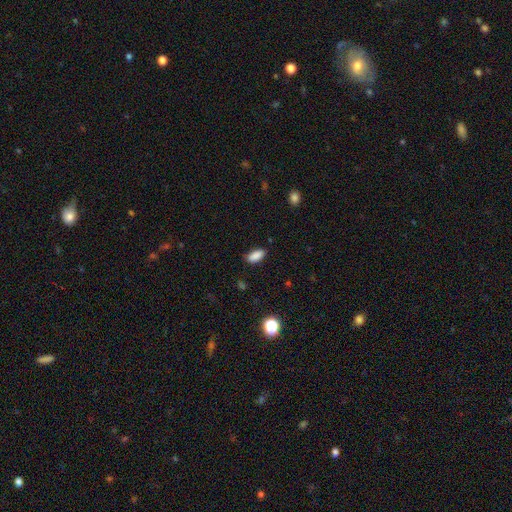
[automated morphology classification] Overall: smooth (87%). How rounded: in between (86%). Merging: none (82%).